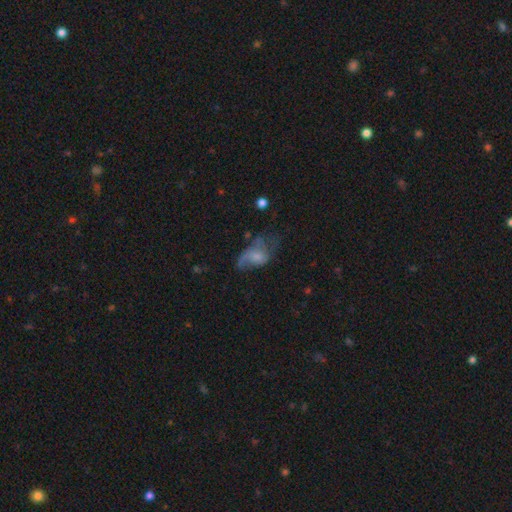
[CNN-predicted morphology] A featured or disk galaxy (50%).

Vote fractions:
- Smooth or featured? featured or disk: 50% / smooth: 40% / star or artifact: 10%
- Edge-on disk? no: 96% / yes: 4%
- Merging? major disturbance: 48% / none: 26% / minor disturbance: 22% / merger: 5%